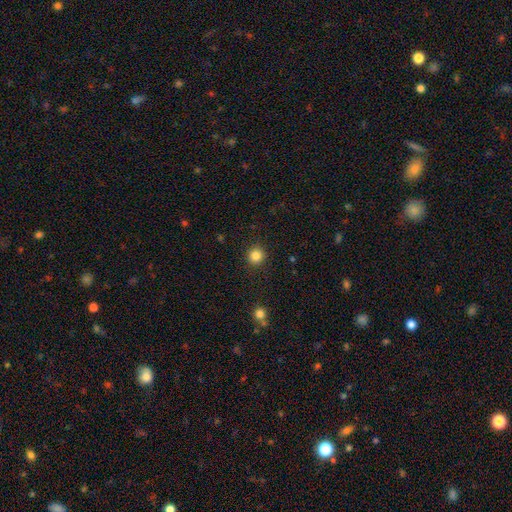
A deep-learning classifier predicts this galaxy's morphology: The model was most divided on "smooth or featured": smooth: 85%, star or artifact: 11%, featured or disk: 4%. More confident: how rounded — round (93%); merging — none (91%).